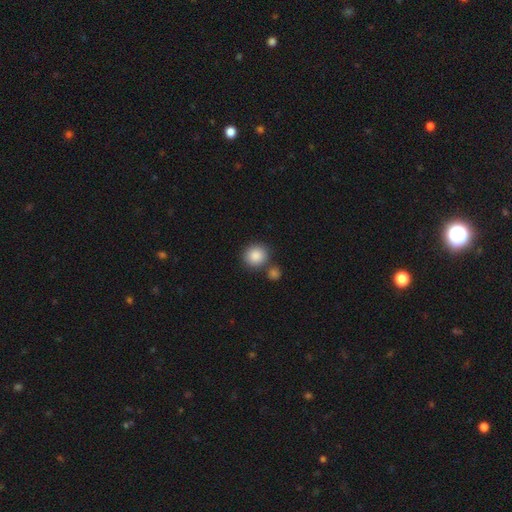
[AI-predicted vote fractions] This is clearly a smooth galaxy (88%). How rounded: clearly round (87%). Merging: likely none (71%).